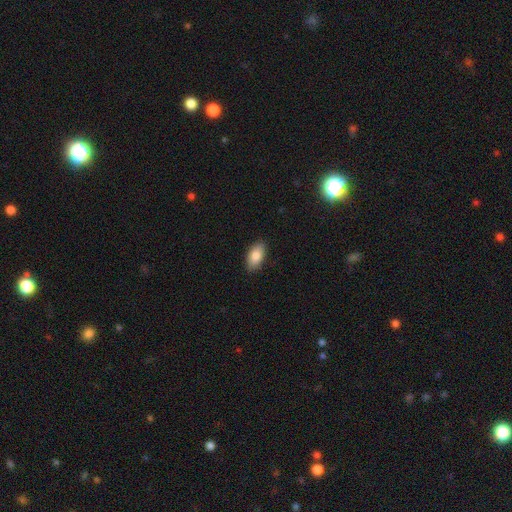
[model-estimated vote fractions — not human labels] Smooth or featured? Predicted: smooth (p=0.85). How rounded? Predicted: in between (p=0.94). Merging? Predicted: none (p=0.89).